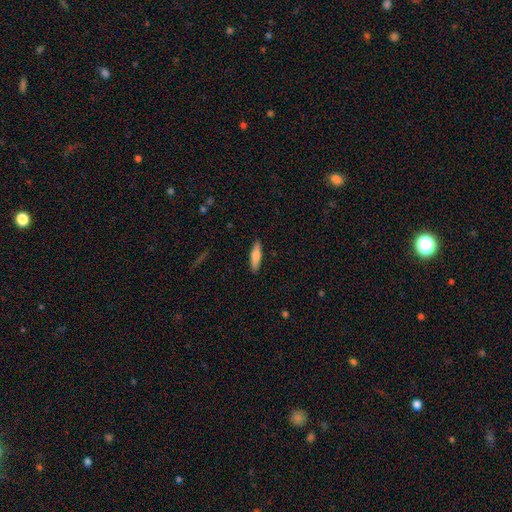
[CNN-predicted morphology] smooth 72%, featured or disk 22%, star or artifact 6%. Down the decision tree: how rounded — cigar-shaped (72%); merging — none (88%).